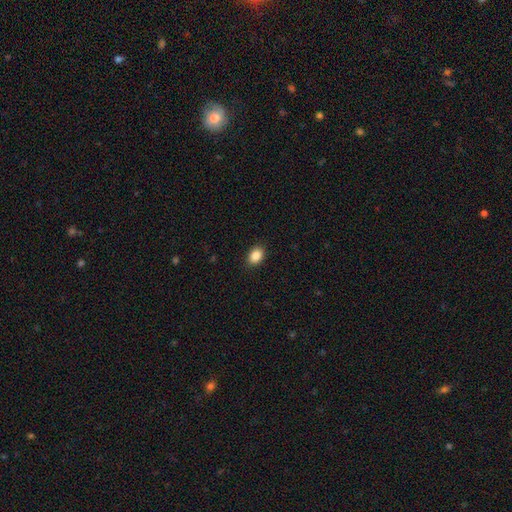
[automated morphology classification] The model was most divided on "how rounded": in between: 78%, round: 21%, cigar-shaped: 1%. More confident: merging — none (89%); smooth or featured — smooth (88%).